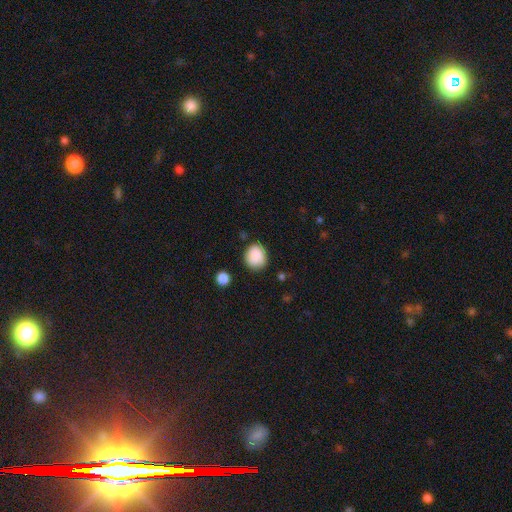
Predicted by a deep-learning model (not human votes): Smooth or featured? smooth (88%)
How rounded? round (76%)
Merging? none (79%)